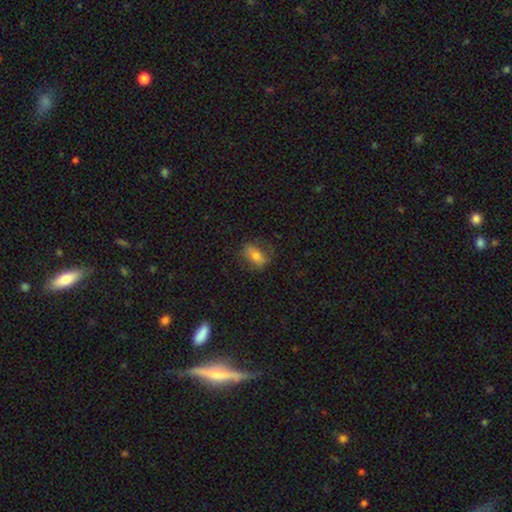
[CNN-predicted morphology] smooth 64%, featured or disk 27%, star or artifact 9%. Down the decision tree: how rounded — in between (79%); merging — none (73%).